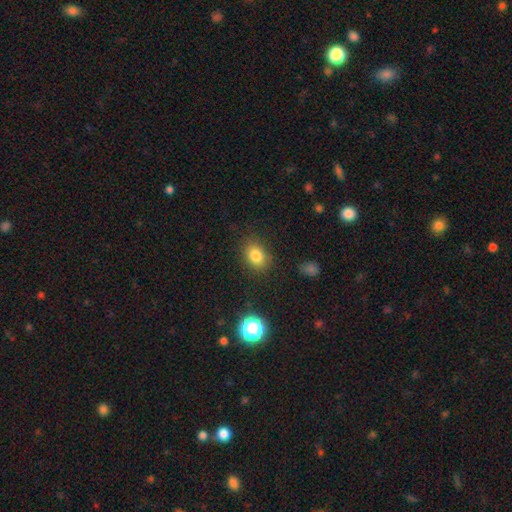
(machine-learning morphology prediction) type=smooth (81%); roundness=in between (61%); merging=none (83%).